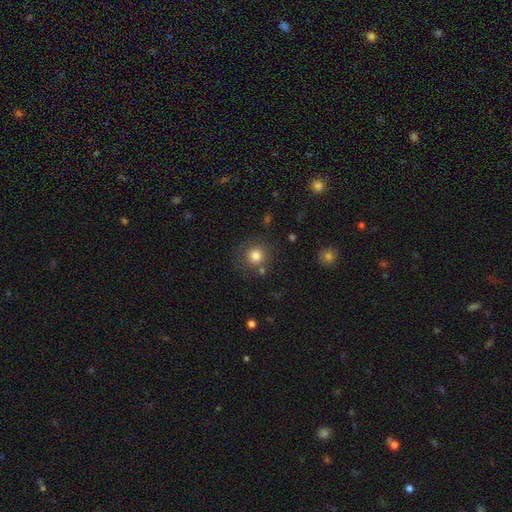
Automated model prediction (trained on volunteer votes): The model was most divided on "merging": none: 77%, minor disturbance: 11%, merger: 7%, major disturbance: 5%. More confident: how rounded — round (93%); smooth or featured — smooth (81%).